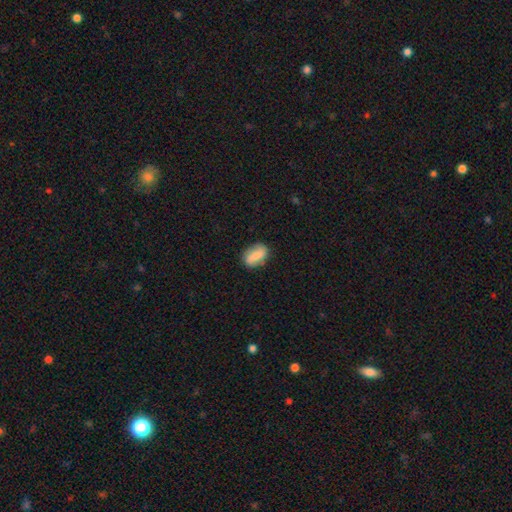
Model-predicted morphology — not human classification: Smooth or featured? smooth (67%)
How rounded? in between (86%)
Merging? none (81%)